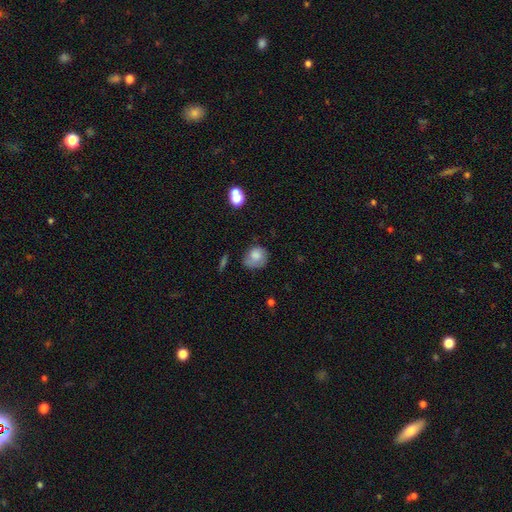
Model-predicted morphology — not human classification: Smooth or featured? smooth (75%)
How rounded? round (65%)
Merging? none (47%)